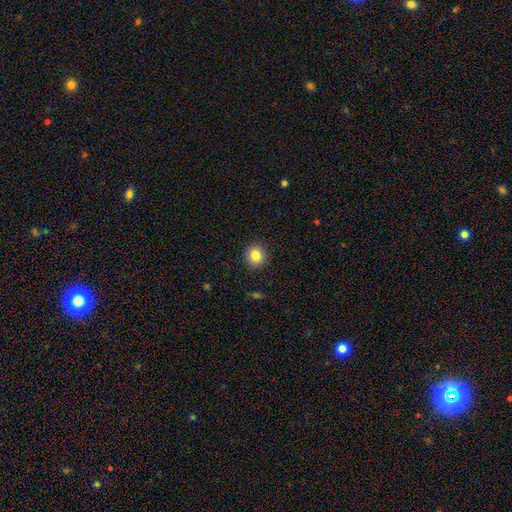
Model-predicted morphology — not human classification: Q: Smooth or featured?
A: smooth (84%); runner-up: star or artifact (10%)
Q: How rounded?
A: round (91%); runner-up: in between (8%)
Q: Merging?
A: none (92%); runner-up: minor disturbance (6%)